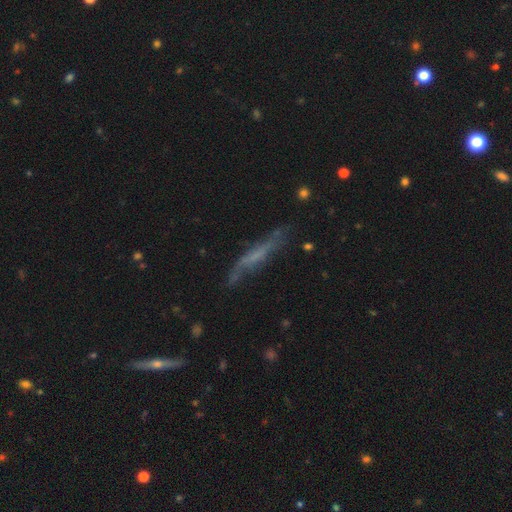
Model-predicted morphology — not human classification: Smooth or featured?
  - featured or disk: 55% *
  - smooth: 35%
  - star or artifact: 10%
Edge-on disk?
  - yes: 71% *
  - no: 29%
Merging?
  - none: 64% *
  - minor disturbance: 24%
  - major disturbance: 9%
  - merger: 3%